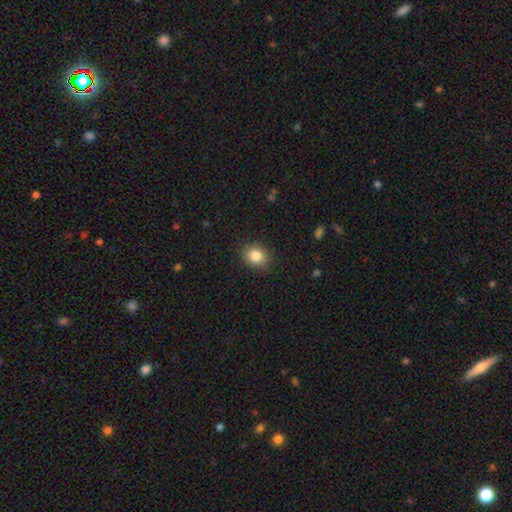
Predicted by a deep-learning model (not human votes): smooth_or_featured: smooth (p=0.84) [alt: star or artifact p=0.10]
how_rounded: round (p=0.63) [alt: in between p=0.36]
merging: none (p=0.88) [alt: minor disturbance p=0.09]